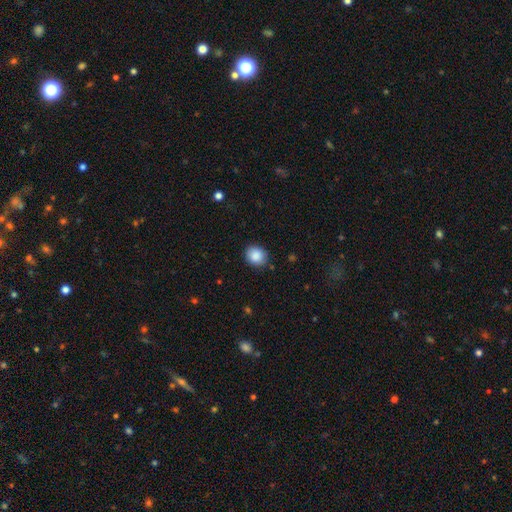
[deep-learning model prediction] A smooth galaxy with no disk features (88%) that is round (71%).

Vote fractions:
- Smooth or featured? smooth: 88% / star or artifact: 8% / featured or disk: 3%
- How rounded? round: 71% / in between: 28% / cigar-shaped: 1%
- Merging? none: 87% / minor disturbance: 9% / major disturbance: 2% / merger: 1%